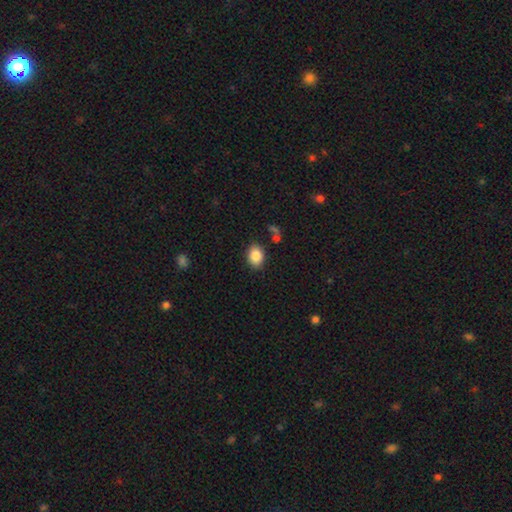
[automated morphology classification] type=smooth (86%); roundness=in between (73%); merging=none (83%).